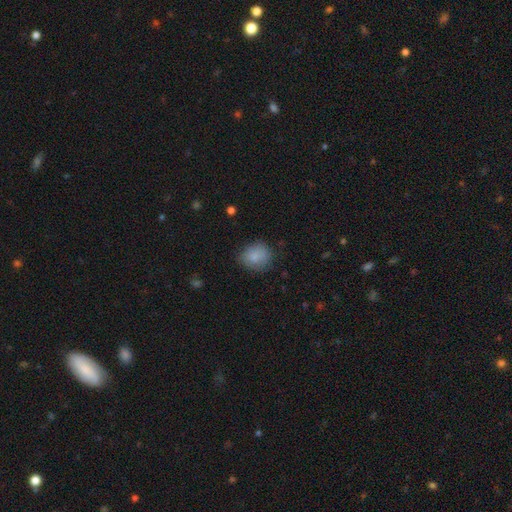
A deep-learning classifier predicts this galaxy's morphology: This is clearly a smooth galaxy (83%). How rounded: likely round (66%). Merging: likely none (72%).